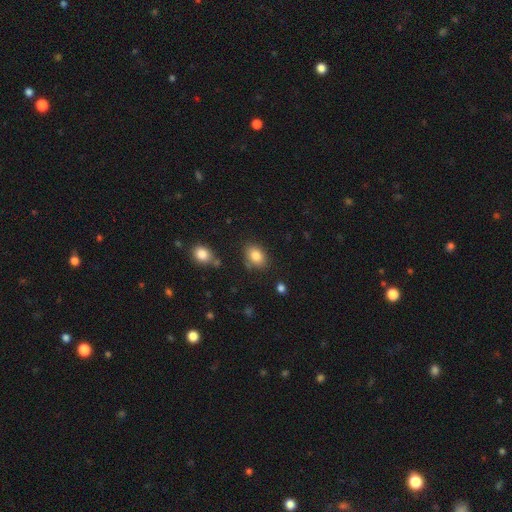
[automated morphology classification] smooth_or_featured: smooth (p=0.84) [alt: star or artifact p=0.09]
how_rounded: in between (p=0.69) [alt: round p=0.30]
merging: none (p=0.77) [alt: minor disturbance p=0.15]